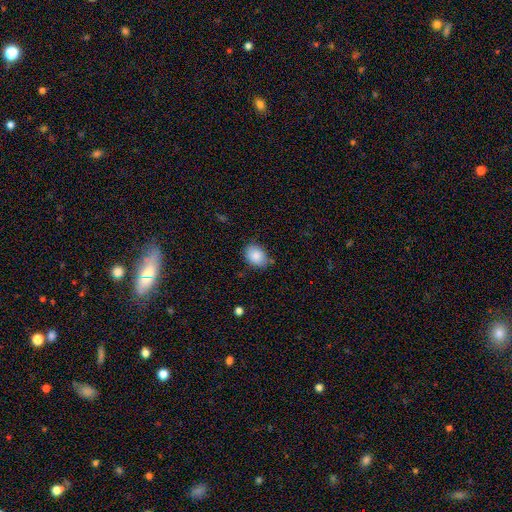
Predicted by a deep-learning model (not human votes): A smooth galaxy with no disk features (87%) that is in between round and cigar-shaped (64%).

Vote fractions:
- Smooth or featured? smooth: 87% / star or artifact: 8% / featured or disk: 6%
- How rounded? in between: 64% / round: 35% / cigar-shaped: 1%
- Merging? none: 73% / minor disturbance: 21% / major disturbance: 4% / merger: 3%